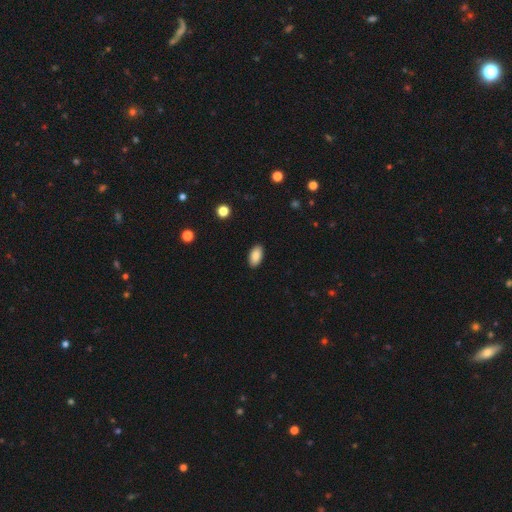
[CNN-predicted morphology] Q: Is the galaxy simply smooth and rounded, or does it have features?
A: smooth — 87%.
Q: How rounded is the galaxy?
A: in between — 94%.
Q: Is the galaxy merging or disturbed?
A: none — 90%.